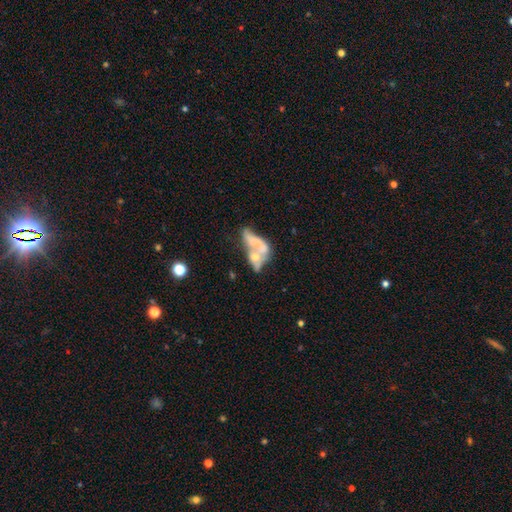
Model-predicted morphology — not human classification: This is possibly a featured or disk galaxy (50%). It is clearly not viewed edge-on (89%). Merging: possibly merger (58%).